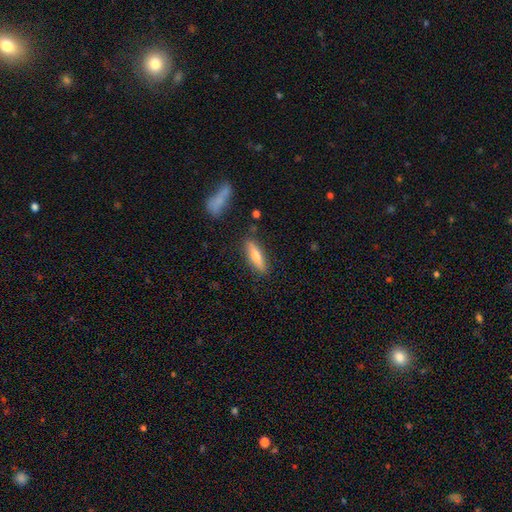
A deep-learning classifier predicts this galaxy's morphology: This appears to be a smooth galaxy with no disk features (58%) that is cigar-shaped (65%). Merging: none (84%).